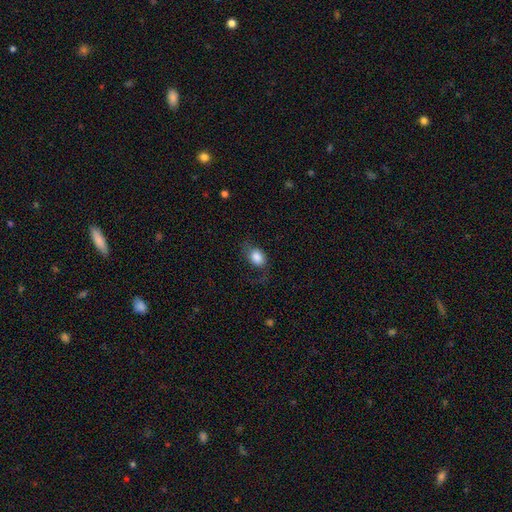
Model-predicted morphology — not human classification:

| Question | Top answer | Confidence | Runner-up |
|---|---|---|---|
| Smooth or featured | smooth | 78% | featured or disk (14%) |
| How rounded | in between | 69% | round (30%) |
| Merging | none | 54% | minor disturbance (24%) |